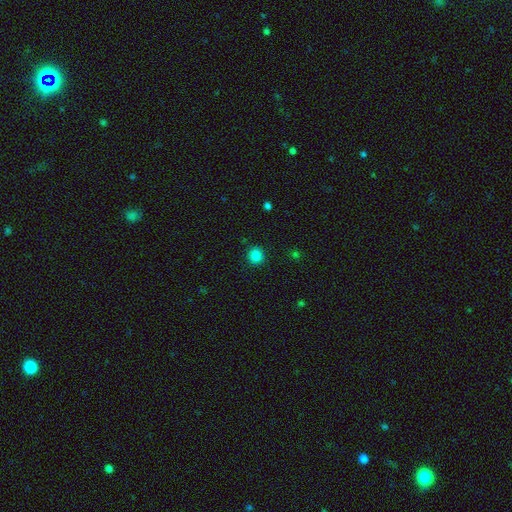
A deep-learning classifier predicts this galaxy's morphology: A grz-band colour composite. It shows a smooth galaxy with no disk features (84%) that is round (90%). Merging: none (91%).